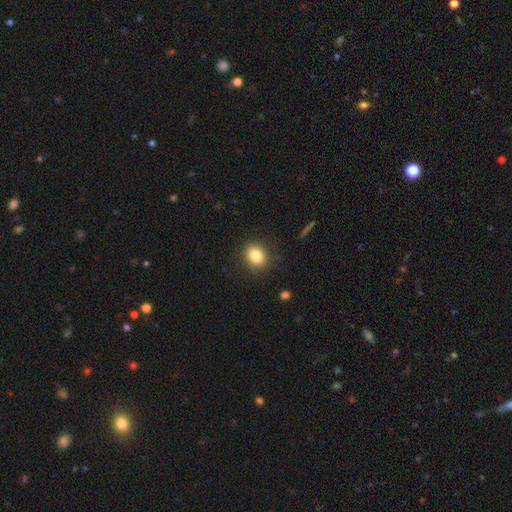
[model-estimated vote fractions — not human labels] smooth_or_featured: smooth (p=0.82) [alt: star or artifact p=0.10]
how_rounded: round (p=0.65) [alt: in between p=0.34]
merging: none (p=0.87) [alt: minor disturbance p=0.09]